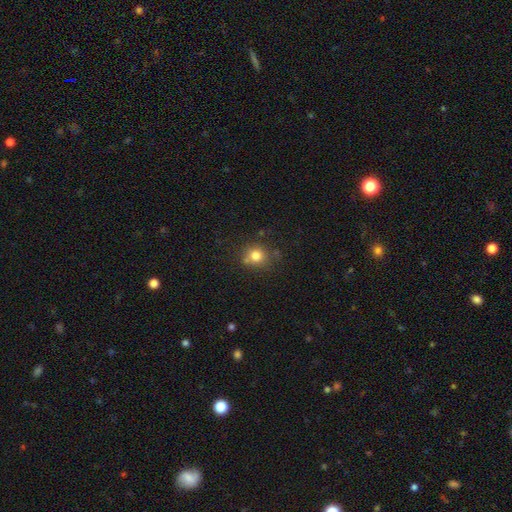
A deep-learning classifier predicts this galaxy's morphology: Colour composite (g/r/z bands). It shows a smooth galaxy with no disk features (78%) that is round (84%). Merging: none (71%).